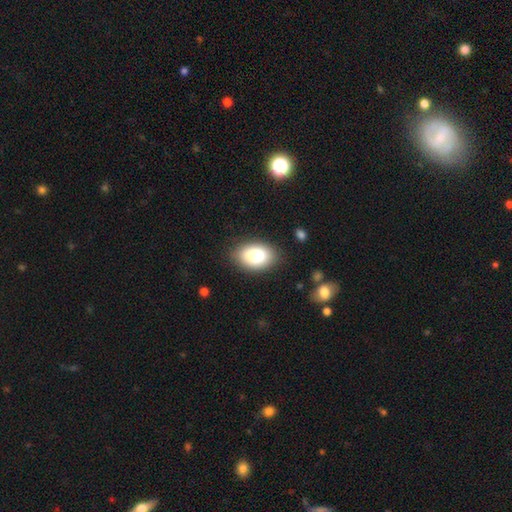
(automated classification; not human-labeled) A smooth galaxy with no disk features (85%) that is in between round and cigar-shaped (89%).

Vote fractions:
- Smooth or featured? smooth: 85% / featured or disk: 7% / star or artifact: 7%
- How rounded? in between: 89% / round: 9% / cigar-shaped: 1%
- Merging? none: 86% / minor disturbance: 10% / major disturbance: 3% / merger: 1%